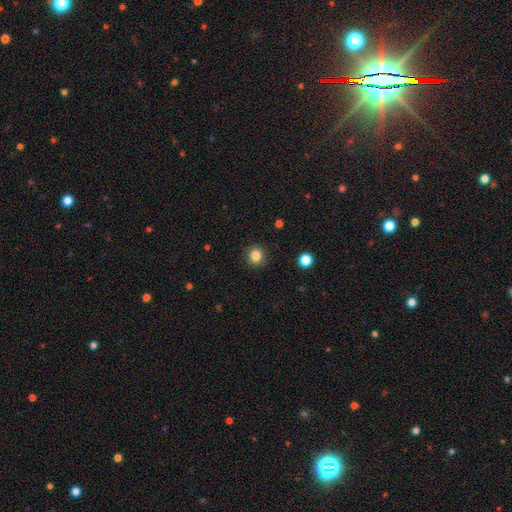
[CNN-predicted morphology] A smooth galaxy with no disk features (84%) that is round (88%). Merging: none (91%).